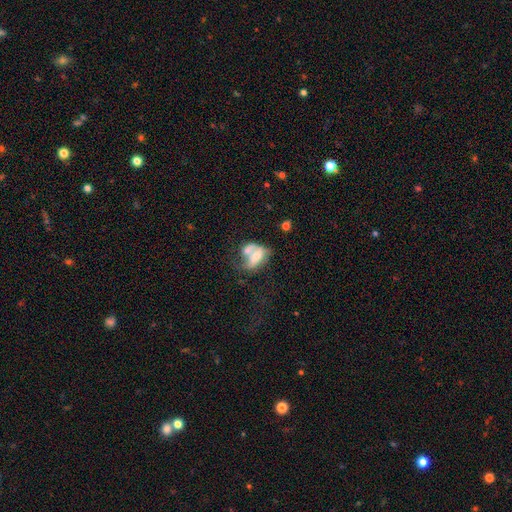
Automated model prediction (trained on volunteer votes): Morphology: type=featured or disk (48%); merging=merger (52%).